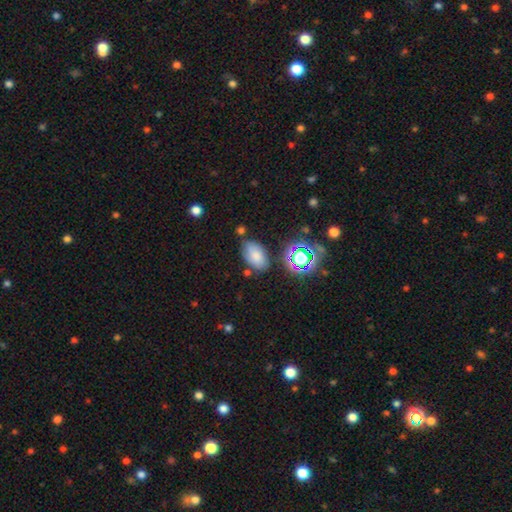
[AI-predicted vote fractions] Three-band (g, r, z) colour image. It shows a smooth galaxy with no disk features (75%) that is in between round and cigar-shaped (91%). Merging: none (73%).